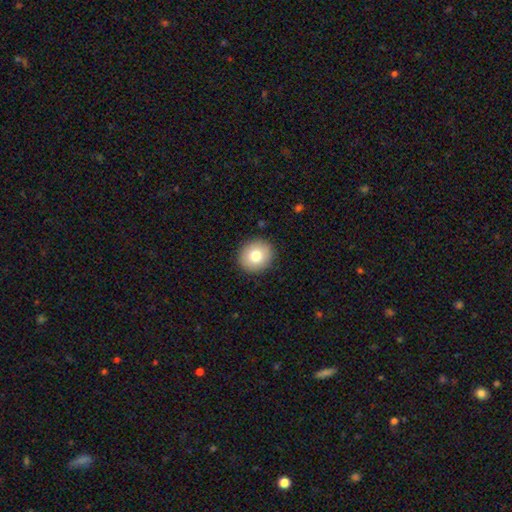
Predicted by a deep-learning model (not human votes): Smooth or featured?
  - smooth: 77% *
  - featured or disk: 14%
  - star or artifact: 9%
How rounded?
  - round: 86% *
  - in between: 13%
  - cigar-shaped: 1%
Merging?
  - none: 91% *
  - minor disturbance: 6%
  - major disturbance: 2%
  - merger: 1%